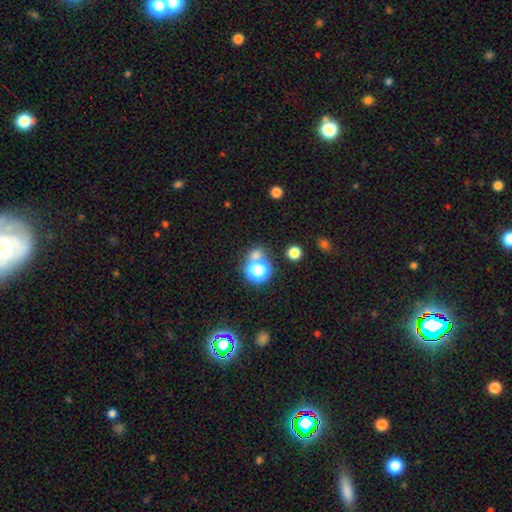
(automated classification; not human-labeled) A smooth galaxy with no disk features (57%) that is round (79%). Merging: none (63%).